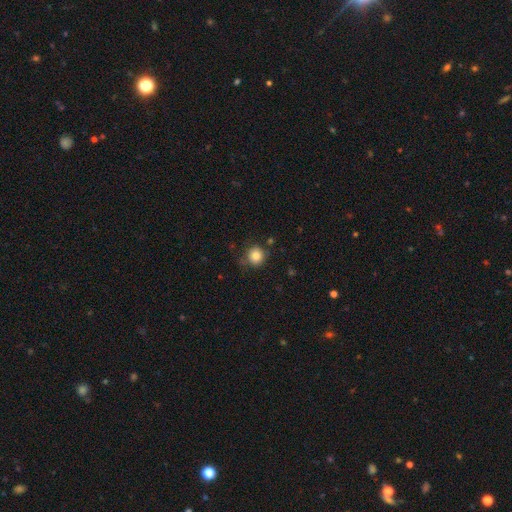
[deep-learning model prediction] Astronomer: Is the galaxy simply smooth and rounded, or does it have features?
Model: smooth — 83%.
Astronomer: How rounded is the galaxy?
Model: round — 92%.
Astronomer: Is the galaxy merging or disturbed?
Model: none — 79%.